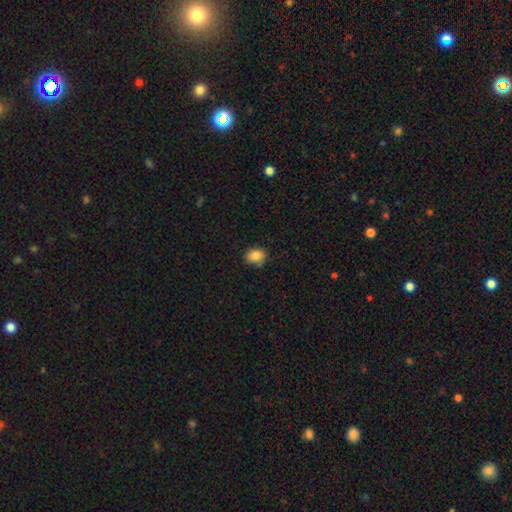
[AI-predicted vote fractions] A smooth galaxy with no disk features (86%) that is in between round and cigar-shaped (67%).

Vote fractions:
- Smooth or featured? smooth: 86% / star or artifact: 9% / featured or disk: 5%
- How rounded? in between: 67% / round: 32% / cigar-shaped: 1%
- Merging? none: 74% / minor disturbance: 20% / major disturbance: 4% / merger: 2%